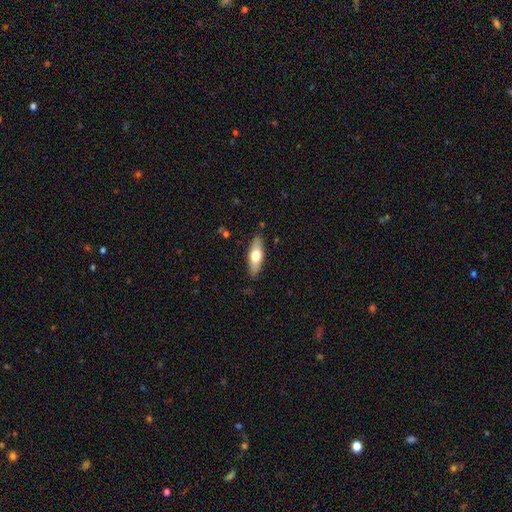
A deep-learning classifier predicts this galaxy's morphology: Smooth or featured? Predicted: smooth (p=0.60). How rounded? Predicted: in between (p=0.62). Merging? Predicted: none (p=0.87).